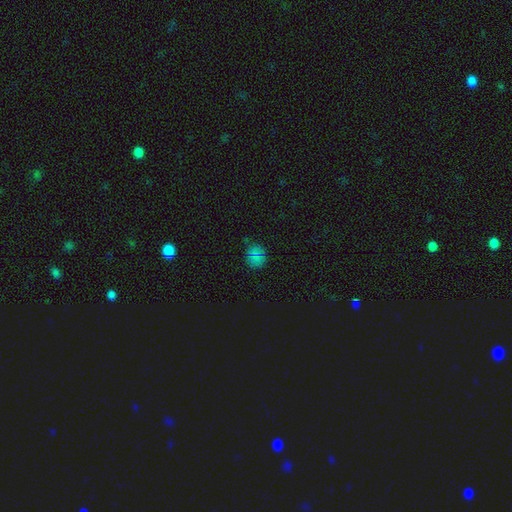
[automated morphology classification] This is likely a smooth galaxy (72%). How rounded: clearly round (81%). Merging: likely none (77%).